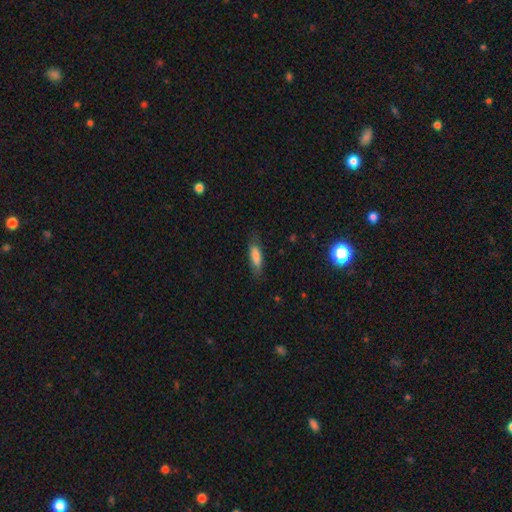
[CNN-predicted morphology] Q: Smooth or featured?
A: smooth (77%); runner-up: featured or disk (16%)
Q: How rounded?
A: cigar-shaped (50%); runner-up: in between (48%)
Q: Merging?
A: none (74%); runner-up: minor disturbance (19%)